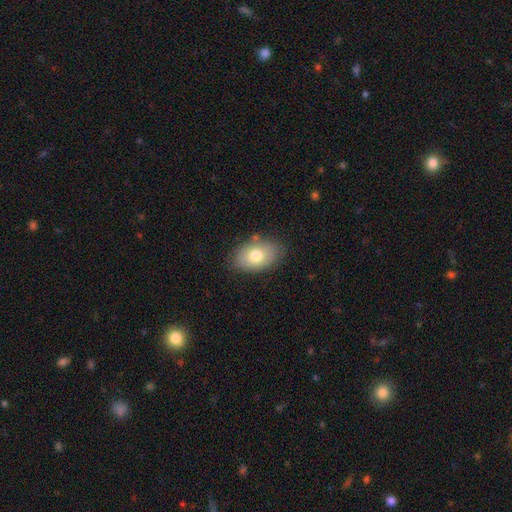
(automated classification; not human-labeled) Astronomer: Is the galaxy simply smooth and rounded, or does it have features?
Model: smooth — 76%.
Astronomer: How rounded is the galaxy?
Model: in between — 88%.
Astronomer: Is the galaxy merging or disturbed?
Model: none — 80%.